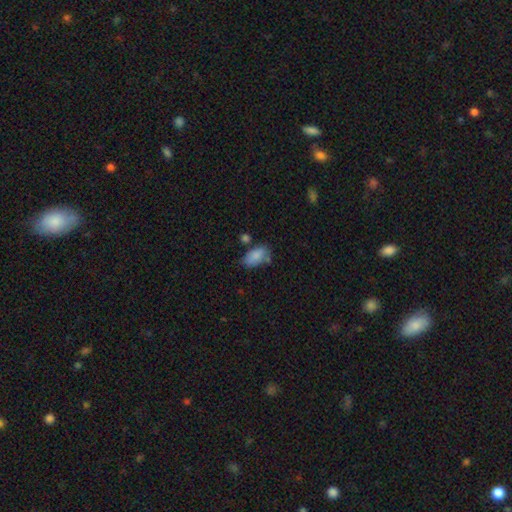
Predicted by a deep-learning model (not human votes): This is clearly a smooth galaxy (85%). How rounded: clearly in between (92%). Merging: possibly none (58%).